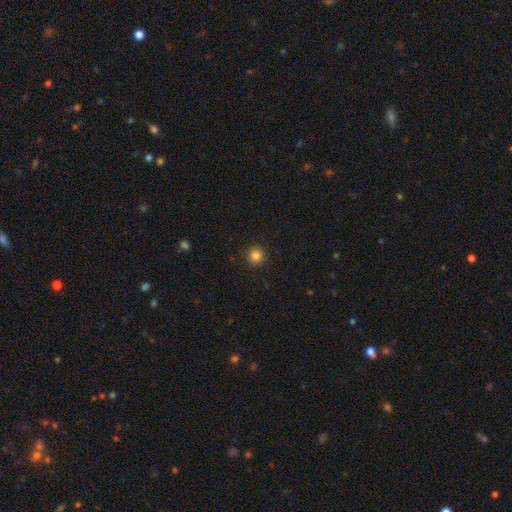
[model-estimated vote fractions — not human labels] The model was most divided on "smooth or featured": smooth: 84%, star or artifact: 13%, featured or disk: 4%. More confident: how rounded — round (95%); merging — none (91%).